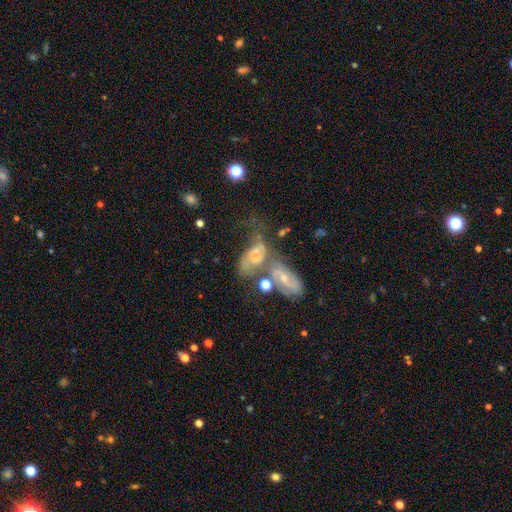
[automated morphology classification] Smooth or featured?
  - featured or disk: 55% *
  - smooth: 31%
  - star or artifact: 14%
Edge-on disk?
  - no: 90% *
  - yes: 10%
Merging?
  - merger: 53% *
  - major disturbance: 20%
  - none: 16%
  - minor disturbance: 12%